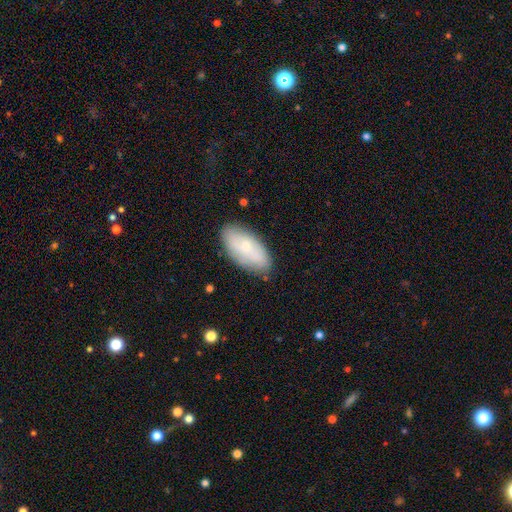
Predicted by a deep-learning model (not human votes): smooth_or_featured: smooth (p=0.62) [alt: featured or disk p=0.32]
how_rounded: in between (p=0.93) [alt: cigar-shaped p=0.04]
merging: none (p=0.78) [alt: minor disturbance p=0.16]